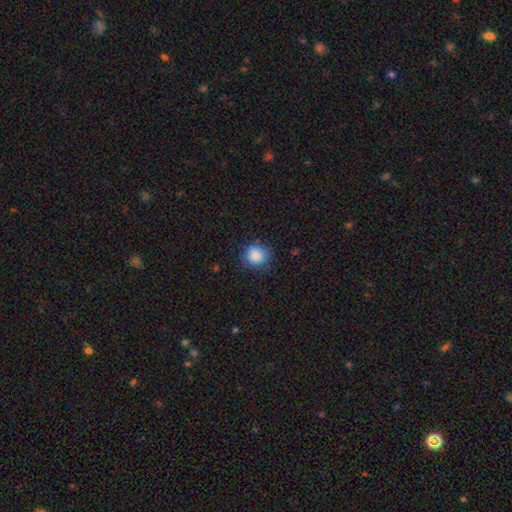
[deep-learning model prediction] Q: Smooth or featured?
A: smooth (86%); runner-up: star or artifact (8%)
Q: How rounded?
A: round (85%); runner-up: in between (14%)
Q: Merging?
A: none (78%); runner-up: minor disturbance (16%)